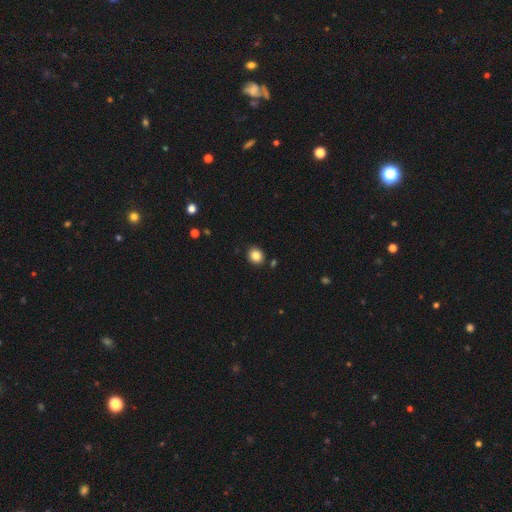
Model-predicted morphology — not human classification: Overall: smooth (85%). How rounded: round (77%). Merging: none (89%).